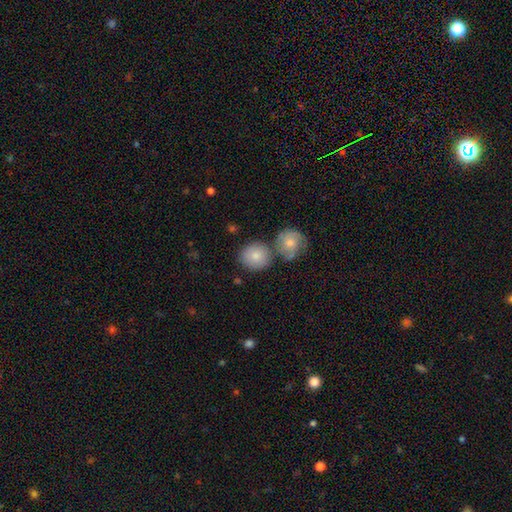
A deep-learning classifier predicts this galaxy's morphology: The model was most divided on "merging": none: 62%, merger: 24%, minor disturbance: 11%, major disturbance: 3%. More confident: how rounded — round (89%); smooth or featured — smooth (83%).